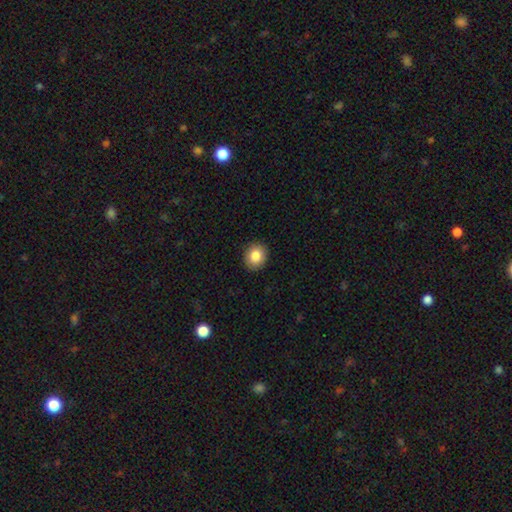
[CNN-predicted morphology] The model was most divided on "how rounded": round: 70%, in between: 30%, cigar-shaped: 1%. More confident: merging — none (91%); smooth or featured — smooth (85%).